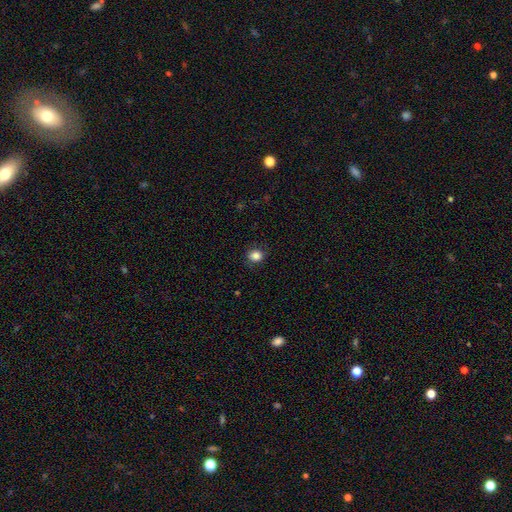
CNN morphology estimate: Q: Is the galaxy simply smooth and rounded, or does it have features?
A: smooth — 85%.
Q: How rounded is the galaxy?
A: round — 68%.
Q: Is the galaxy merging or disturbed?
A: none — 87%.